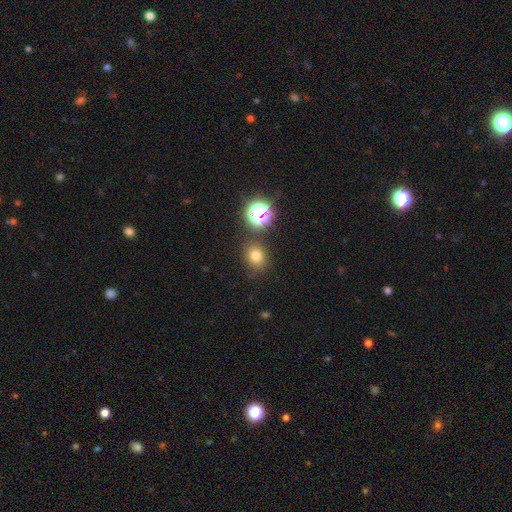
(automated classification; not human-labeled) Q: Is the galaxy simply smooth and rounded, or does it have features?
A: smooth — 72%.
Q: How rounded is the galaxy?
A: round — 67%.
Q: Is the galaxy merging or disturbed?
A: none — 79%.